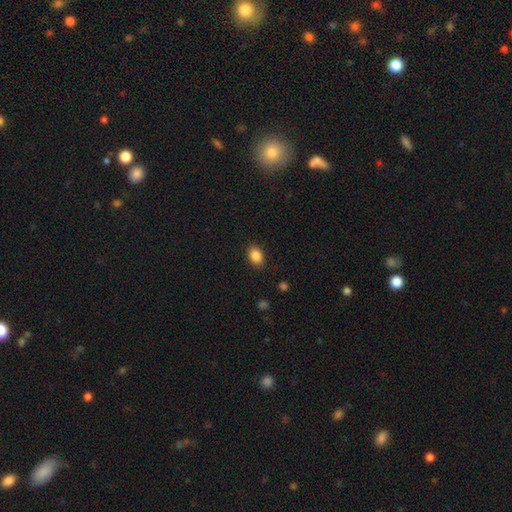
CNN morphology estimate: smooth 87%, star or artifact 9%, featured or disk 4%. Down the decision tree: how rounded — in between (76%); merging — none (87%).